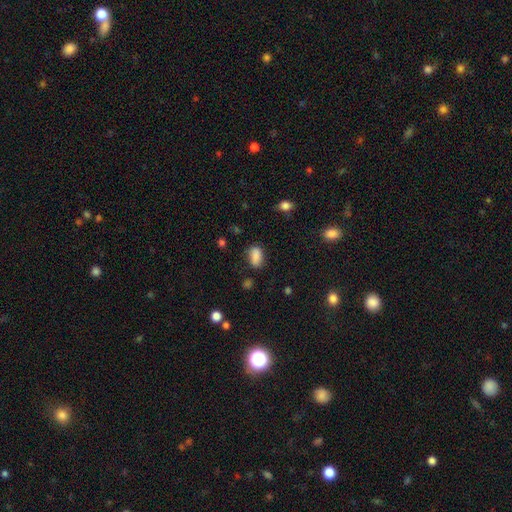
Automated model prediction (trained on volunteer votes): Overall: smooth (85%). How rounded: in between (88%). Merging: none (71%).